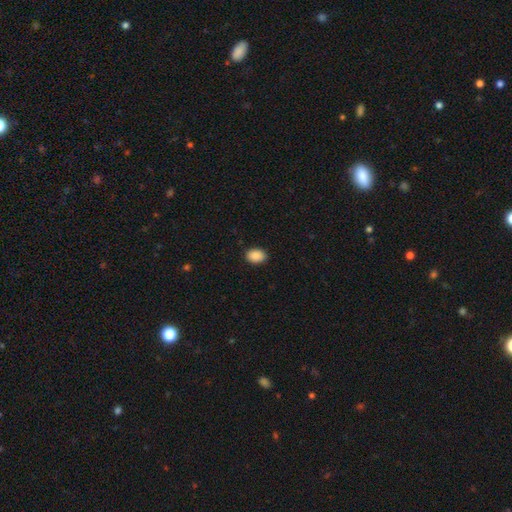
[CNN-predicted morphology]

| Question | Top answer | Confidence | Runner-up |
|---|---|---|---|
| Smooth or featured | smooth | 90% | star or artifact (7%) |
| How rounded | in between | 77% | round (22%) |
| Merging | none | 90% | minor disturbance (8%) |